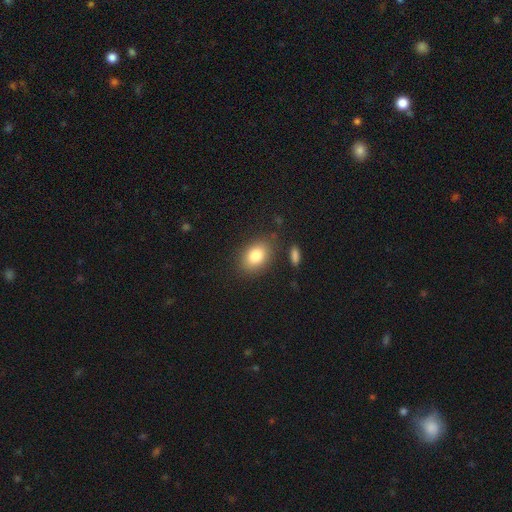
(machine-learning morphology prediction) A smooth galaxy with no disk features (82%) that is in between round and cigar-shaped (78%).

Vote fractions:
- Smooth or featured? smooth: 82% / featured or disk: 9% / star or artifact: 9%
- How rounded? in between: 78% / round: 21% / cigar-shaped: 1%
- Merging? none: 82% / minor disturbance: 12% / major disturbance: 4% / merger: 3%